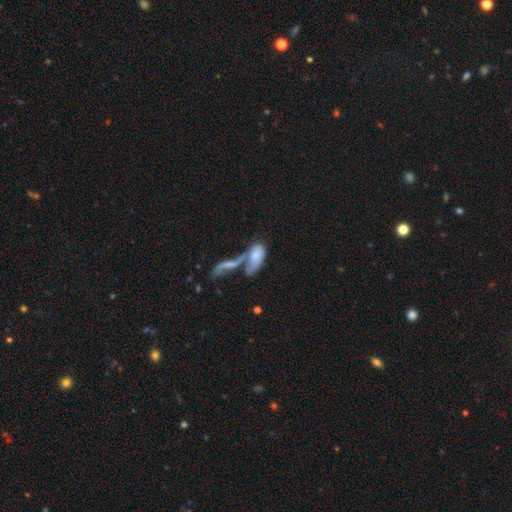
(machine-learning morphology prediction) Overall: smooth (60%; featured or disk 32%). How rounded: in between (86%). Merging: merger (65%).